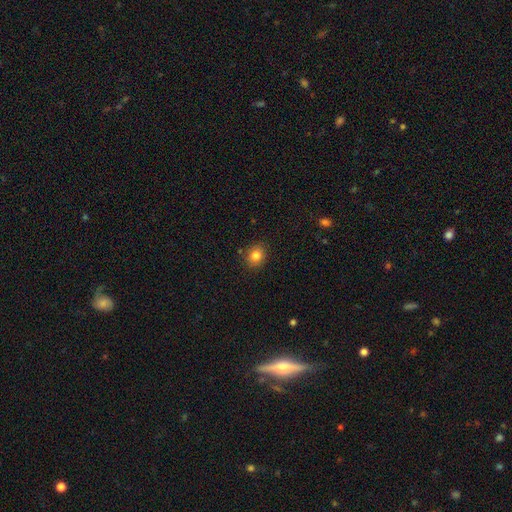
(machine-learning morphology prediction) This is clearly a smooth galaxy (82%). How rounded: likely round (69%). Merging: clearly none (86%).